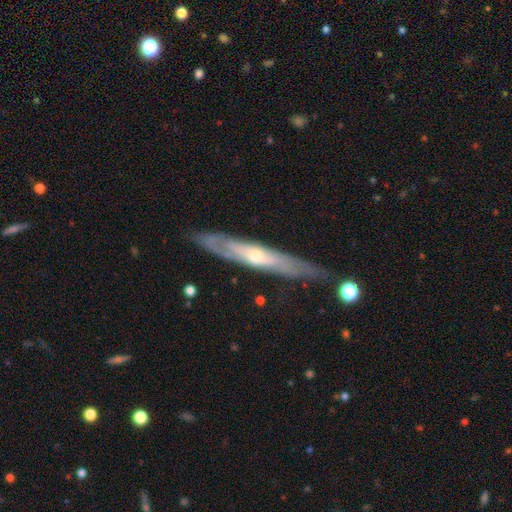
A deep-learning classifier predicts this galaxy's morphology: Smooth or featured? Predicted: featured or disk (p=0.72). Edge-on disk? Predicted: yes (p=0.66). Merging? Predicted: none (p=0.75).